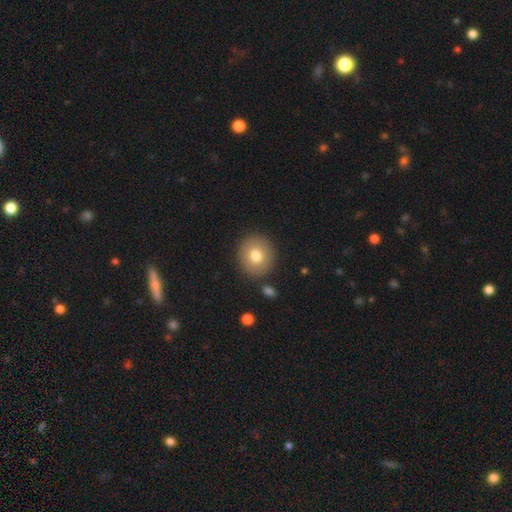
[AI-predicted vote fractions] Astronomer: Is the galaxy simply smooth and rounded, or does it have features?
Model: smooth — 76%.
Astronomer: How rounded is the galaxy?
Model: round — 86%.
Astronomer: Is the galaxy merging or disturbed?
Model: none — 87%.